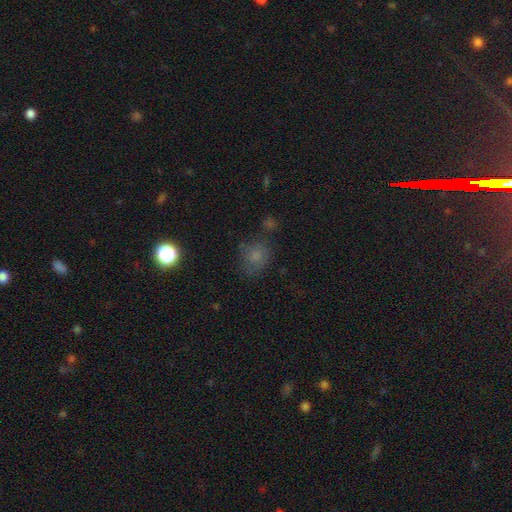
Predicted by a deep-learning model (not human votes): A smooth galaxy with no disk features (69%) that is round (74%). Merging: none (66%).